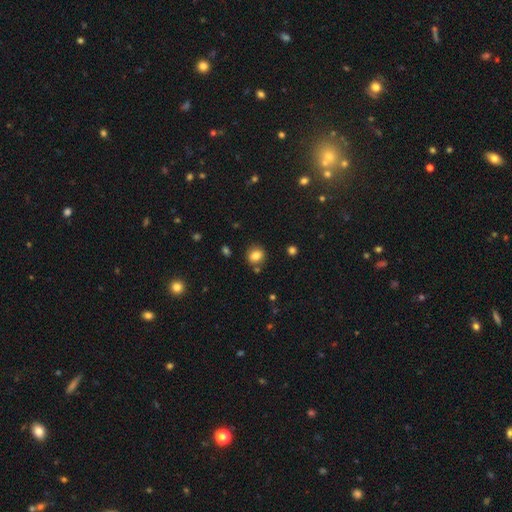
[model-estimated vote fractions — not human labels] This appears to be a smooth galaxy with no disk features (81%) that is round (72%). Merging: none (82%).